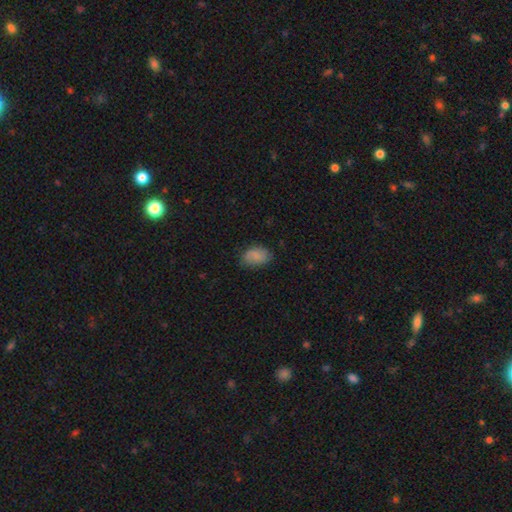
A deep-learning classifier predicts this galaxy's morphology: A smooth galaxy with no disk features (81%) that is in between round and cigar-shaped (86%). Merging: none (68%).